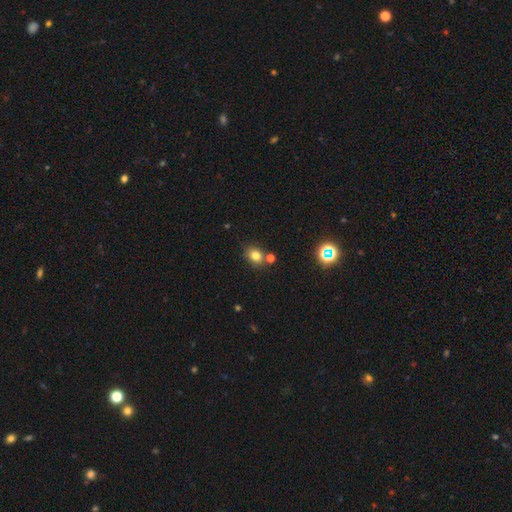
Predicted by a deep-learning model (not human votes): Overall: smooth (78%). How rounded: round (60%; in between 39%). Merging: none (69%).